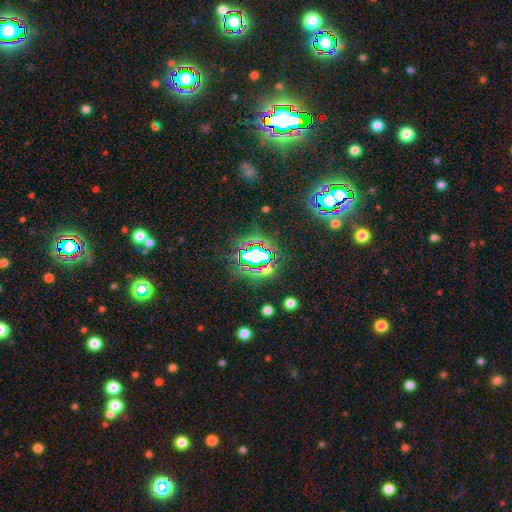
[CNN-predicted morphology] The model was most divided on "smooth or featured": star or artifact: 69%, smooth: 20%, featured or disk: 11%.